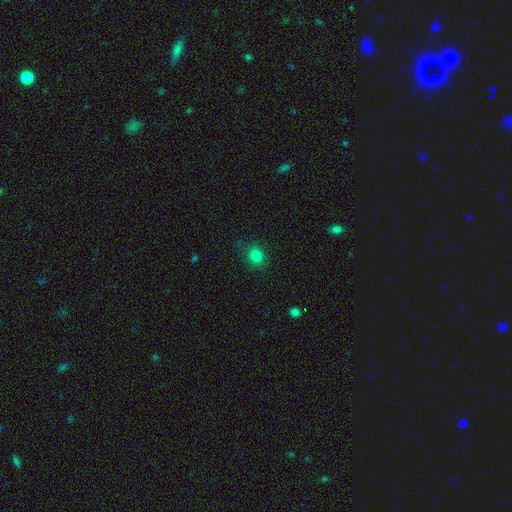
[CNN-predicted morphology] Q: Smooth or featured?
A: smooth (82%); runner-up: star or artifact (14%)
Q: How rounded?
A: round (87%); runner-up: in between (12%)
Q: Merging?
A: none (88%); runner-up: minor disturbance (8%)